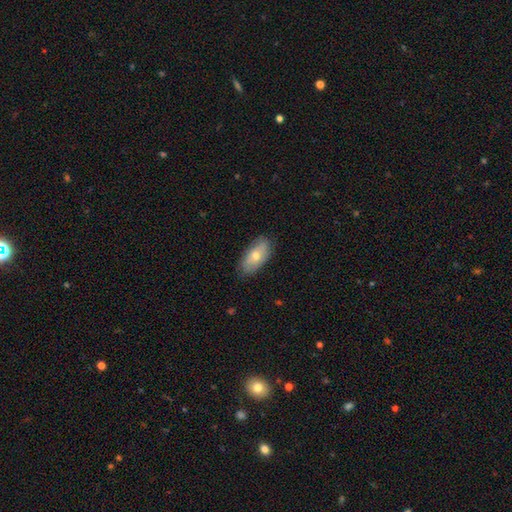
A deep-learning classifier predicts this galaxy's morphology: Q: Smooth or featured?
A: smooth (63%); runner-up: featured or disk (30%)
Q: How rounded?
A: in between (89%); runner-up: cigar-shaped (8%)
Q: Merging?
A: none (82%); runner-up: minor disturbance (14%)